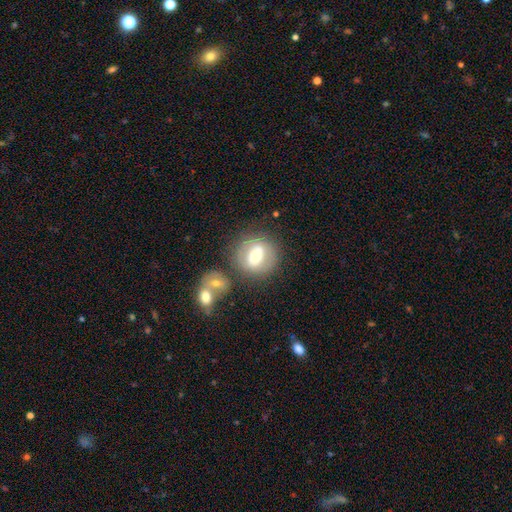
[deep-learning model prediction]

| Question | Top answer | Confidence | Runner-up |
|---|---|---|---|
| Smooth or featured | smooth | 49% | featured or disk (42%) |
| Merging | none | 69% | merger (15%) |